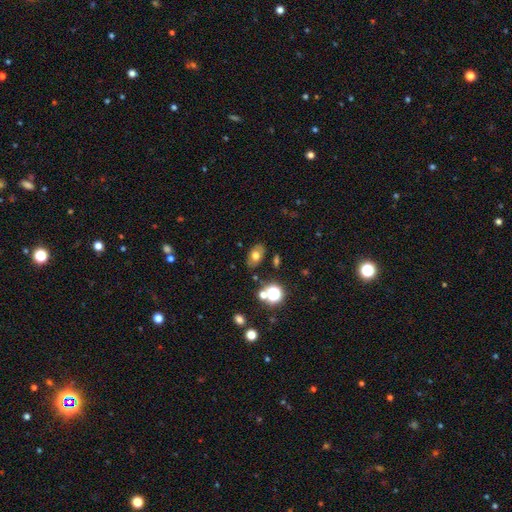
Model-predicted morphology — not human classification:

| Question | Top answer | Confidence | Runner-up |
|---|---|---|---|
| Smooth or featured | smooth | 66% | featured or disk (21%) |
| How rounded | in between | 84% | round (14%) |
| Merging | none | 80% | minor disturbance (13%) |